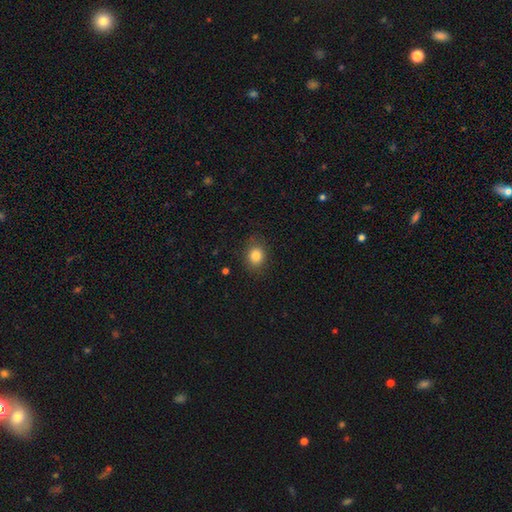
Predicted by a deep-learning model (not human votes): This appears to be a smooth galaxy with no disk features (84%) that is round (62%). Merging: none (84%).